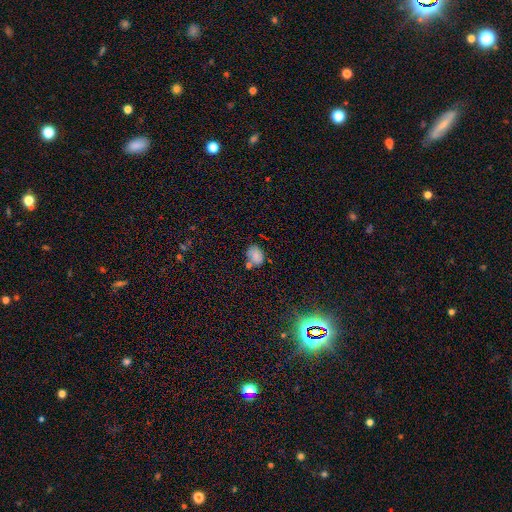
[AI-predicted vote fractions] Smooth or featured? Predicted: smooth (p=0.74). How rounded? Predicted: in between (p=0.61). Merging? Predicted: none (p=0.60).